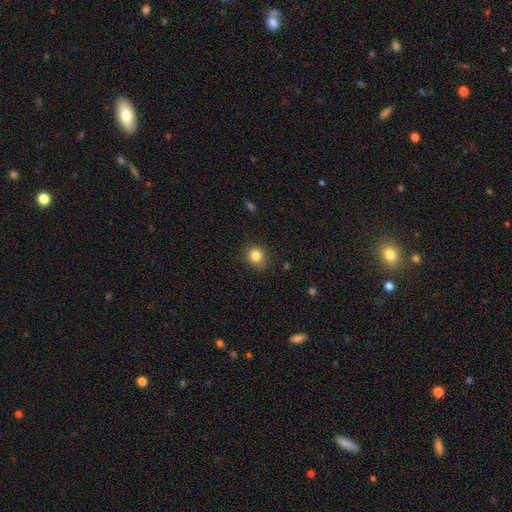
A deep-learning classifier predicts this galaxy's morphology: The model was most divided on "how rounded": round: 69%, in between: 30%, cigar-shaped: 1%. More confident: smooth or featured — smooth (83%); merging — none (82%).